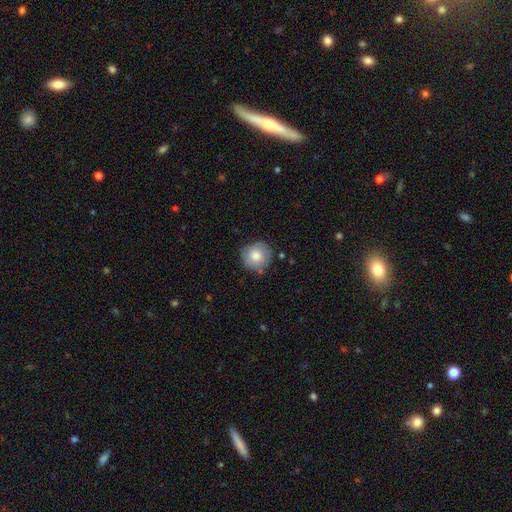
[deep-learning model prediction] Overall: smooth (76%). How rounded: round (92%). Merging: none (79%).